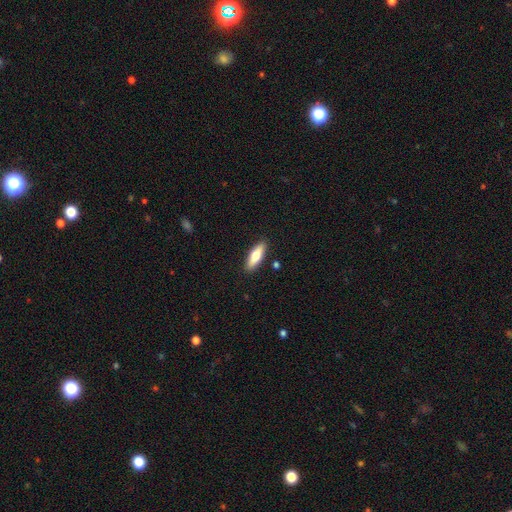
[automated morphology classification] smooth_or_featured: smooth (p=0.67) [alt: featured or disk p=0.28]
how_rounded: in between (p=0.50) [alt: cigar-shaped p=0.47]
merging: none (p=0.88) [alt: minor disturbance p=0.08]